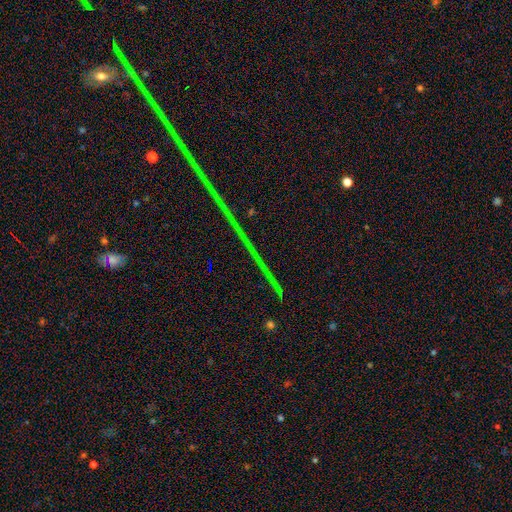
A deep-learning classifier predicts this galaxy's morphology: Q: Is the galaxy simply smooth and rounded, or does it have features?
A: star or artifact — 87%.